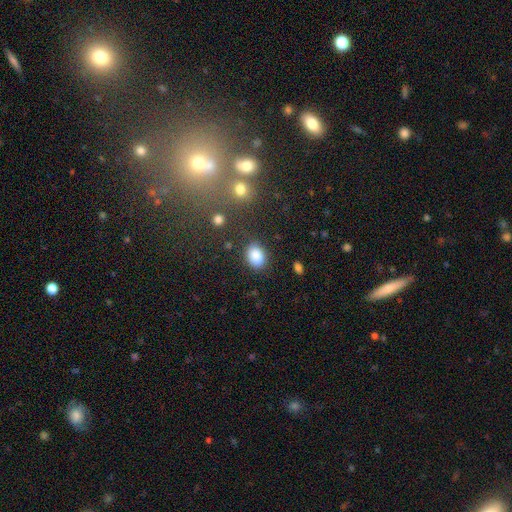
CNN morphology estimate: Smooth or featured? smooth (86%)
How rounded? in between (68%)
Merging? none (80%)